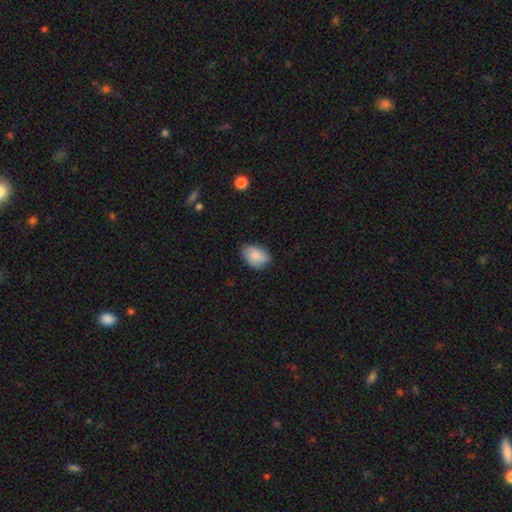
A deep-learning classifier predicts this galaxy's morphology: Smooth or featured: smooth — 78% (featured or disk — 15%)
How rounded: in between — 83% (round — 16%)
Merging: none — 69% (minor disturbance — 25%)